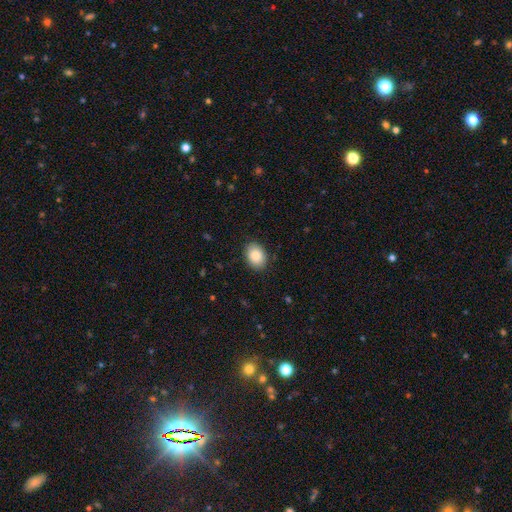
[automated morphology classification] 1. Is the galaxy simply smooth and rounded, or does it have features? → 88% smooth, 7% star or artifact, 5% featured or disk.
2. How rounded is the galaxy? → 77% in between, 22% round, 1% cigar-shaped.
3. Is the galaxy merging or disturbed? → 88% none, 9% minor disturbance, 2% major disturbance, 1% merger.